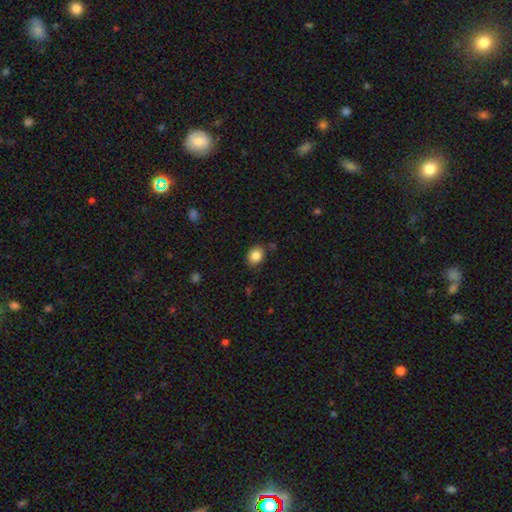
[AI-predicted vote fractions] smooth 85%, star or artifact 9%, featured or disk 6%. Down the decision tree: how rounded — round (52%); merging — none (80%).